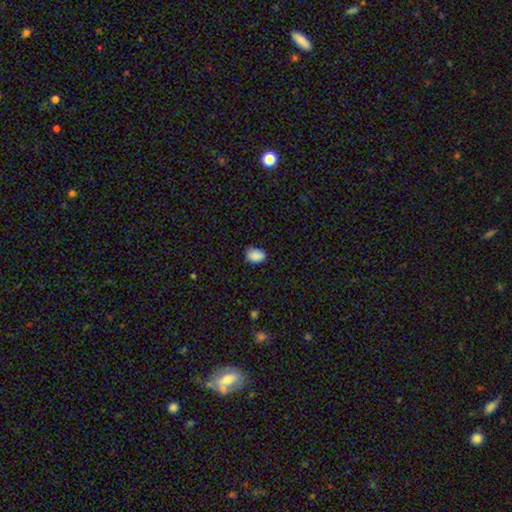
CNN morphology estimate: A smooth galaxy with no disk features (89%) that is in between round and cigar-shaped (80%). Merging: none (79%).